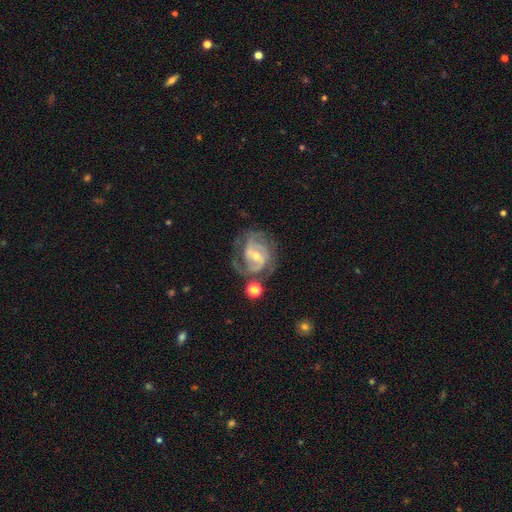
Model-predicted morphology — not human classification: smooth-or-featured: featured or disk: 86% | smooth: 8% | star or artifact: 6%
  disk-edge-on: no: 97% | yes: 3%
    bar: weak: 49% | no: 26% | strong: 25%
    has-spiral-arms: yes: 94% | no: 6%
      spiral-winding: medium: 47% | tight: 40% | loose: 14%
      spiral-arm-count: 2: 49% | 3: 21% | can't tell: 18% | 1: 5% | 4: 4% | more than 4: 3%
    bulge-size: small: 54% | moderate: 43% | large: 2% | none: 1% | dominant: 1%
  merging: none: 56% | minor disturbance: 21% | major disturbance: 16% | merger: 6%